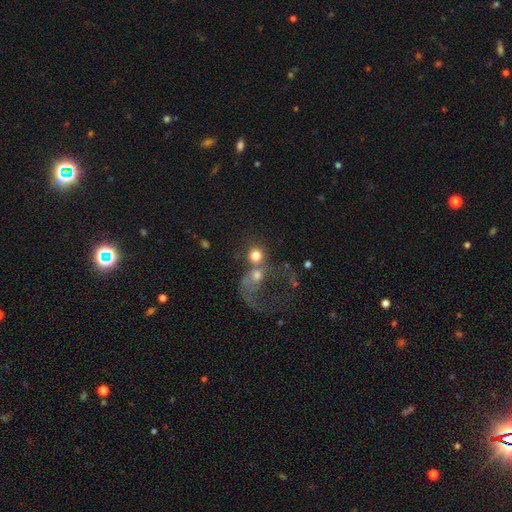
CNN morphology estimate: A smooth galaxy with no disk features (67%) that is round (83%). Merging: merger (51%).